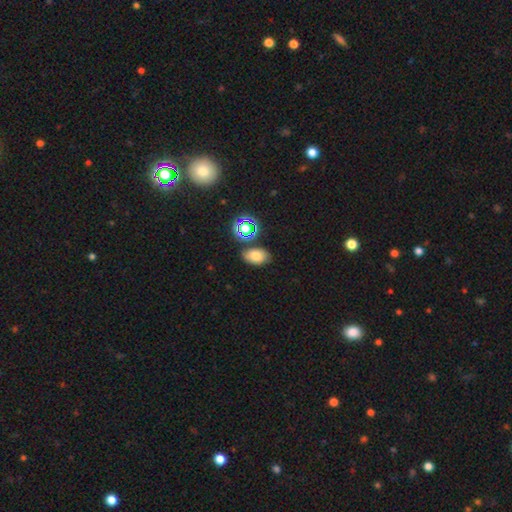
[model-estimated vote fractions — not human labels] The model was most divided on "smooth or featured": smooth: 70%, star or artifact: 18%, featured or disk: 11%. More confident: how rounded — in between (85%); merging — none (78%).